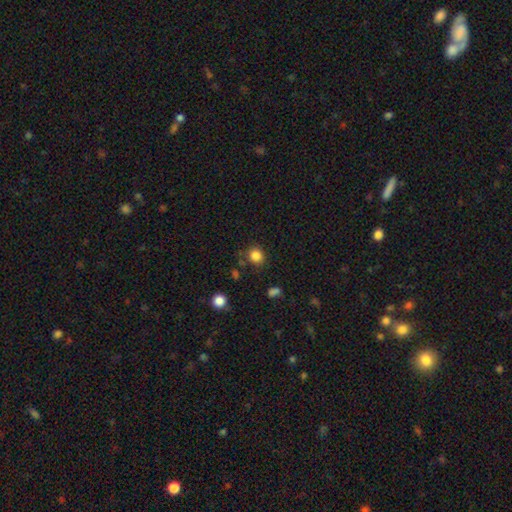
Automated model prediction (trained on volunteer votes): Smooth or featured: smooth — 84% (star or artifact — 12%)
How rounded: round — 83% (in between — 16%)
Merging: none — 77% (minor disturbance — 14%)